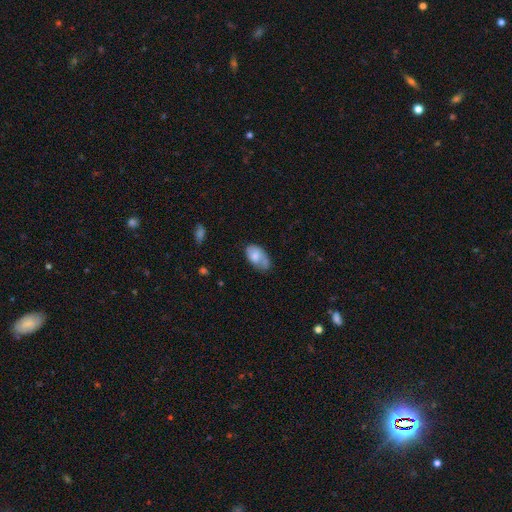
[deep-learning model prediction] A smooth galaxy with no disk features (69%) that is in between round and cigar-shaped (92%).

Vote fractions:
- Smooth or featured? smooth: 69% / featured or disk: 24% / star or artifact: 8%
- How rounded? in between: 92% / round: 6% / cigar-shaped: 2%
- Merging? none: 42% / minor disturbance: 35% / major disturbance: 15% / merger: 8%